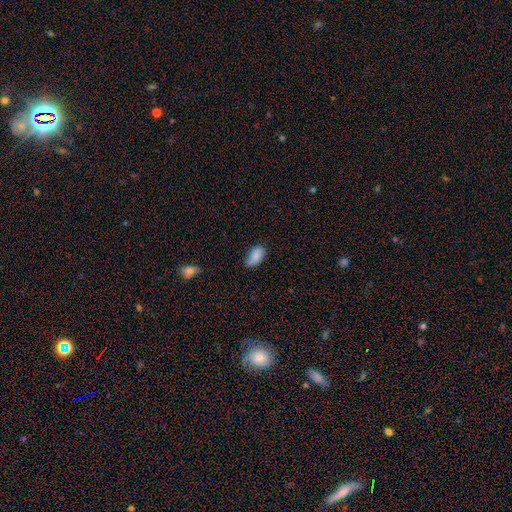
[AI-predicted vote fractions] The model was most divided on "merging": none: 59%, minor disturbance: 33%, major disturbance: 6%, merger: 2%. More confident: how rounded — in between (93%); smooth or featured — smooth (83%).